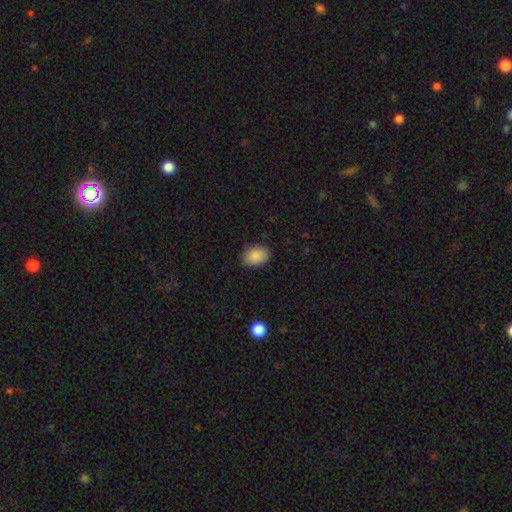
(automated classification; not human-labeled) Smooth or featured? smooth (89%)
How rounded? in between (84%)
Merging? none (85%)